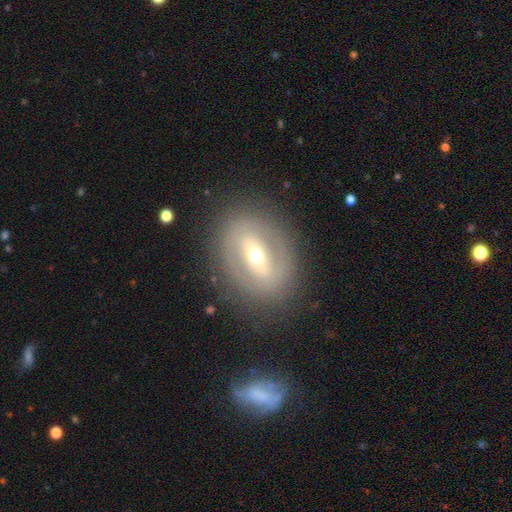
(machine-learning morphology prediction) A featured or disk galaxy (70%) with a strong bar (50%), no spiral arms (58%) and a moderate central bulge (50%). Merging: none (81%).